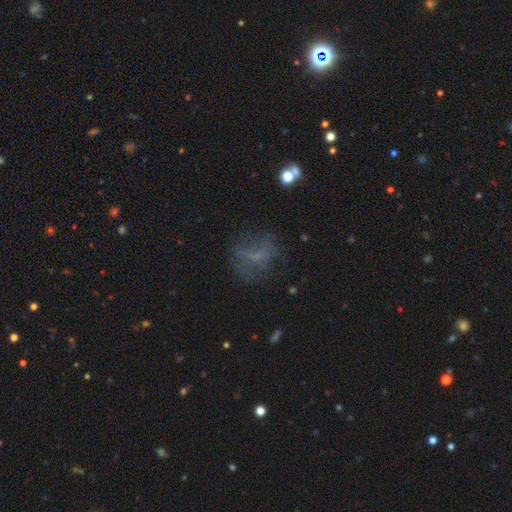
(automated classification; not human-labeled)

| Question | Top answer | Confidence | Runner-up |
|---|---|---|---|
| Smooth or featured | smooth | 39% | featured or disk (37%) |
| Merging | none | 54% | major disturbance (23%) |